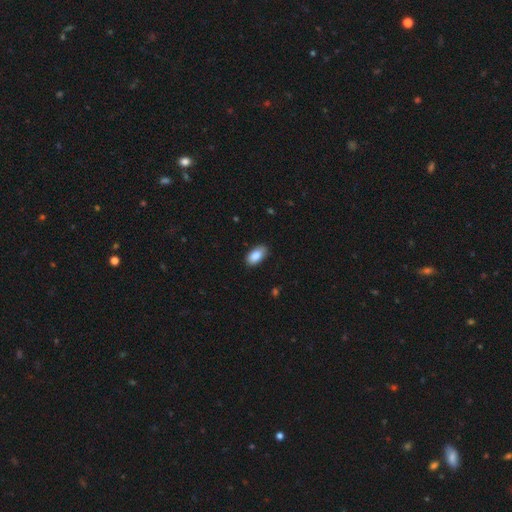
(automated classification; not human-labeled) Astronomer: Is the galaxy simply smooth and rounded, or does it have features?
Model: smooth — 87%.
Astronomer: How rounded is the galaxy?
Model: in between — 94%.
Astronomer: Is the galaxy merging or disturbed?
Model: none — 85%.